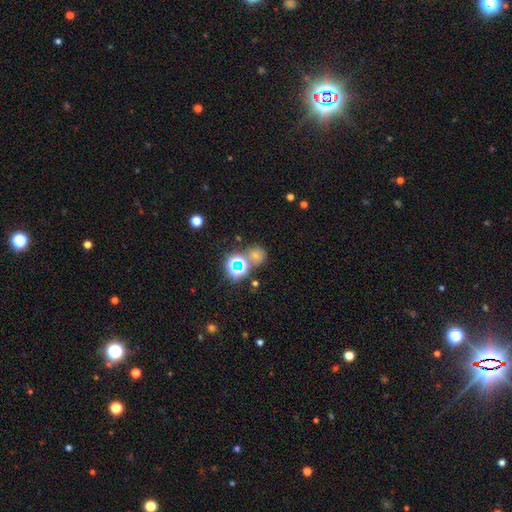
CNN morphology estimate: Overall: smooth (53%; star or artifact 37%). How rounded: round (79%). Merging: none (62%).